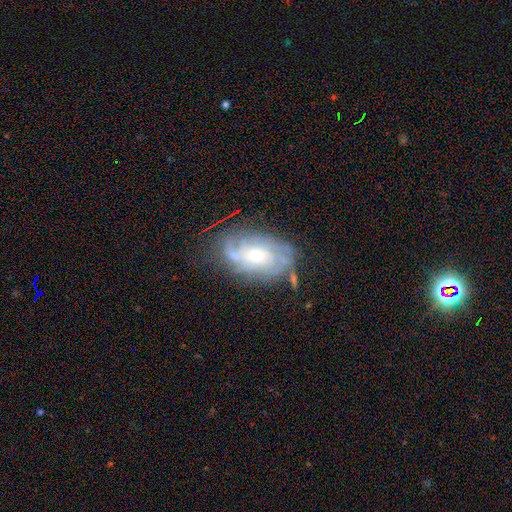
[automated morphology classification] Q: Smooth or featured?
A: featured or disk (78%); runner-up: smooth (15%)
Q: Edge-on disk?
A: no (95%); runner-up: yes (5%)
Q: Bar?
A: no (71%); runner-up: weak (24%)
Q: Spiral arms?
A: yes (89%); runner-up: no (11%)
Q: Spiral winding?
A: tight (58%); runner-up: medium (31%)
Q: Spiral arm count?
A: can't tell (46%); runner-up: 2 (17%)
Q: Bulge size?
A: moderate (53%); runner-up: small (39%)
Q: Merging?
A: none (64%); runner-up: minor disturbance (22%)